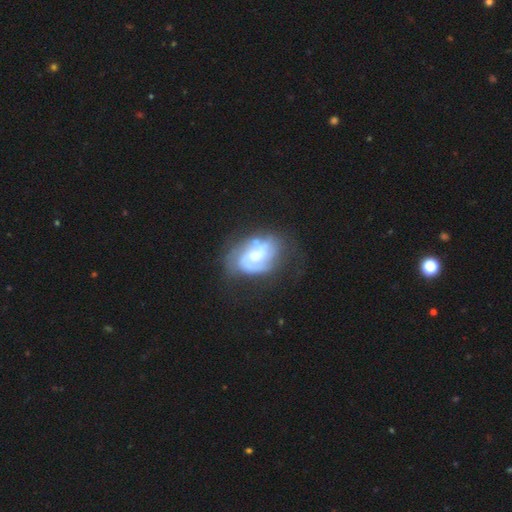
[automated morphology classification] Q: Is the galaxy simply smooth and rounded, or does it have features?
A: featured or disk — 77%.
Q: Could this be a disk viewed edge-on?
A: no — 97%.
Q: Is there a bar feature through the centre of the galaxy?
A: no — 49%.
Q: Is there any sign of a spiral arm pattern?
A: yes — 91%.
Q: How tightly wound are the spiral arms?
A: medium — 44%.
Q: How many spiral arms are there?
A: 2 — 56%.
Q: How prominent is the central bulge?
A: moderate — 58%.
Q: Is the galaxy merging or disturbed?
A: none — 57%.